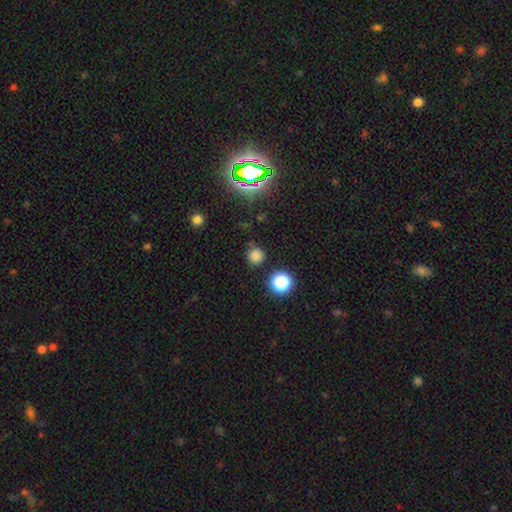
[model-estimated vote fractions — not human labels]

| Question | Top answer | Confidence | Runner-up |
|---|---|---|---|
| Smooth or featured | smooth | 73% | star or artifact (22%) |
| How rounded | round | 94% | in between (5%) |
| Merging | none | 83% | minor disturbance (10%) |